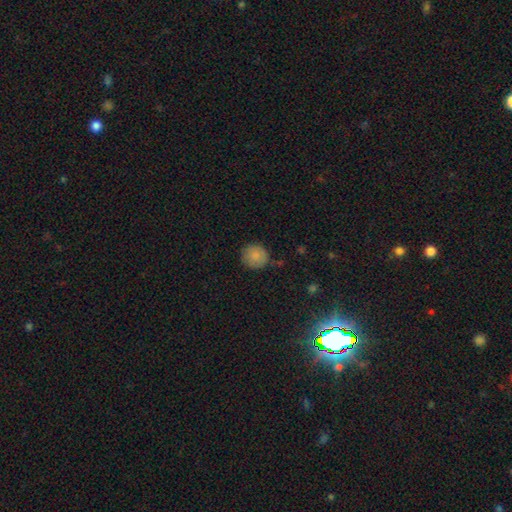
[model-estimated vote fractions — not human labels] Q: Smooth or featured?
A: smooth (86%); runner-up: star or artifact (8%)
Q: How rounded?
A: round (92%); runner-up: in between (7%)
Q: Merging?
A: none (83%); runner-up: minor disturbance (13%)